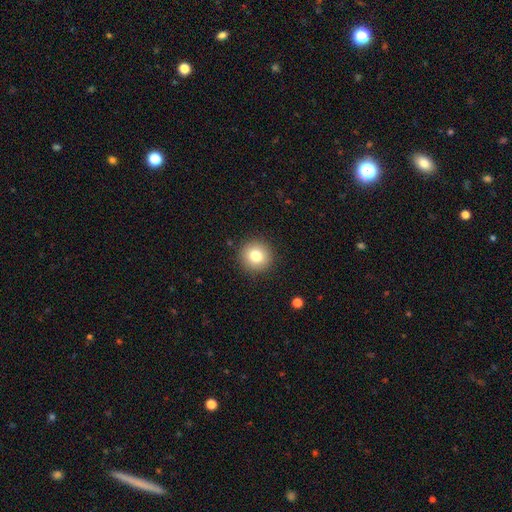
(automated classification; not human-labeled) smooth_or_featured: smooth (p=0.80) [alt: star or artifact p=0.10]
how_rounded: round (p=0.94) [alt: in between p=0.05]
merging: none (p=0.91) [alt: minor disturbance p=0.06]